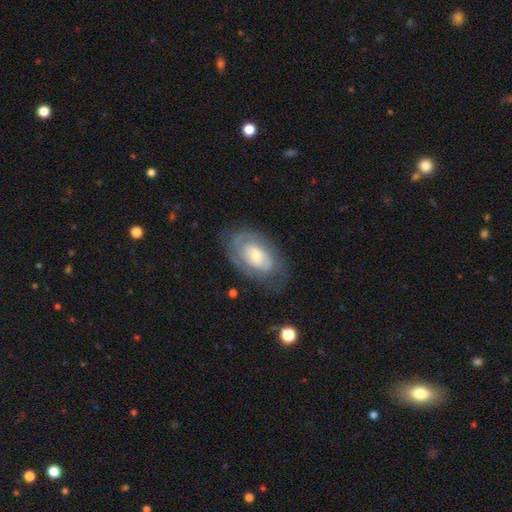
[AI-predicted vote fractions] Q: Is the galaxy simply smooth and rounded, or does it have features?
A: featured or disk — 65%.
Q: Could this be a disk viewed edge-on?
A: no — 93%.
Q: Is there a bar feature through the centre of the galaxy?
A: no — 76%.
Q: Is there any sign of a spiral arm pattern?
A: yes — 66%.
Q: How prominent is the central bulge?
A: small — 47%.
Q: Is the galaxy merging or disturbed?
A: none — 68%.